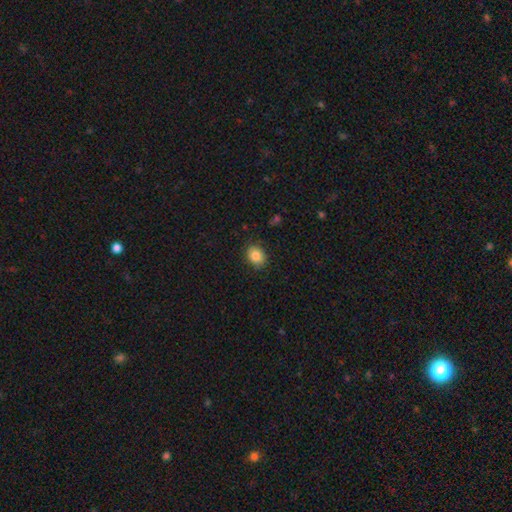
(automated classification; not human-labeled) This is clearly a smooth galaxy (85%). How rounded: possibly in between (53%). Merging: clearly none (86%).